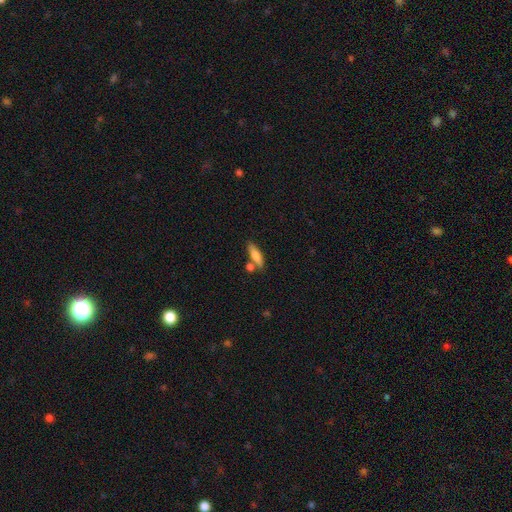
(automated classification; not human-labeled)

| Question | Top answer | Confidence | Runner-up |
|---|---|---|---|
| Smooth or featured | smooth | 71% | featured or disk (22%) |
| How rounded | cigar-shaped | 63% | in between (34%) |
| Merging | none | 66% | merger (17%) |